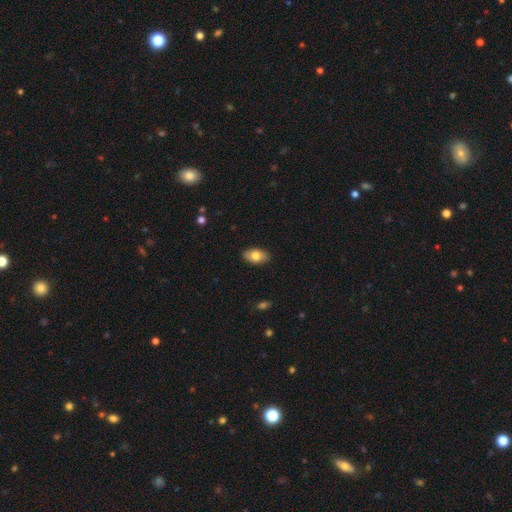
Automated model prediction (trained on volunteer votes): Smooth or featured? Predicted: smooth (p=0.80). How rounded? Predicted: in between (p=0.92). Merging? Predicted: none (p=0.88).